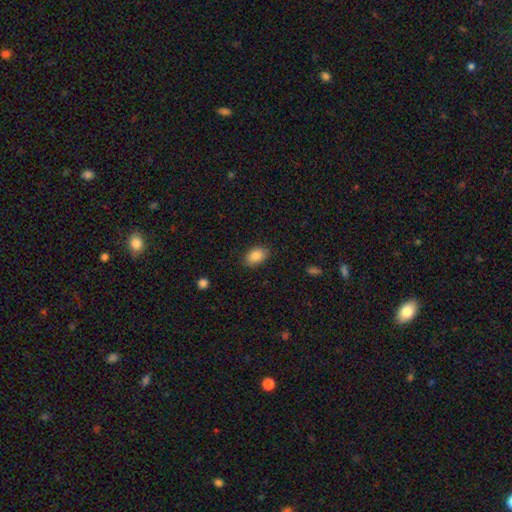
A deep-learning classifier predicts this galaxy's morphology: This appears to be a smooth galaxy with no disk features (87%) that is in between round and cigar-shaped (87%). Merging: none (85%).